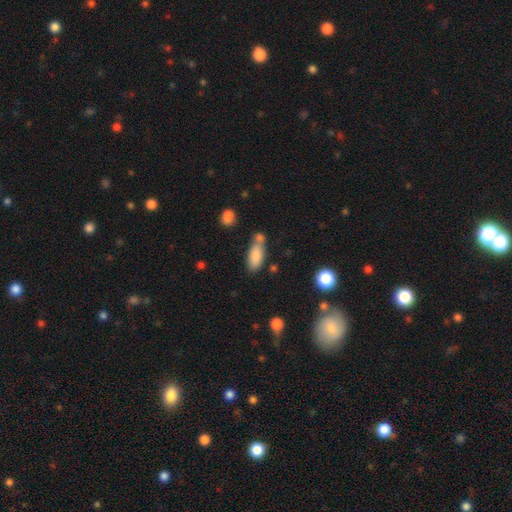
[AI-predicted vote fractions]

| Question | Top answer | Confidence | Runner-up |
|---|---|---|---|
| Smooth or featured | smooth | 84% | featured or disk (9%) |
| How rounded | in between | 79% | cigar-shaped (18%) |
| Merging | none | 49% | merger (30%) |